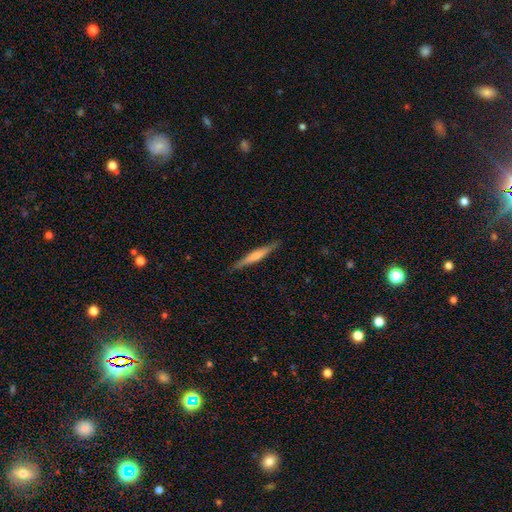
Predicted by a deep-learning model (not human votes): smooth_or_featured: smooth (p=0.49) [alt: featured or disk p=0.46]
merging: none (p=0.89) [alt: minor disturbance p=0.09]